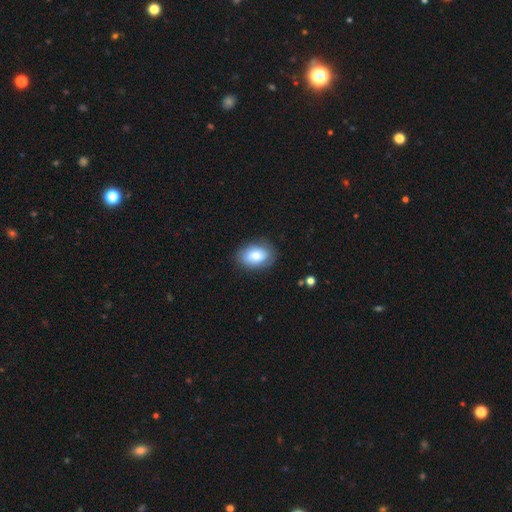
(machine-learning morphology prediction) A smooth galaxy with no disk features (80%) that is in between round and cigar-shaped (87%). Merging: none (82%).